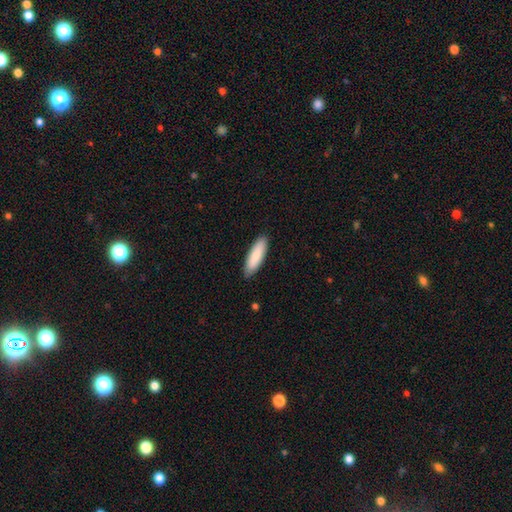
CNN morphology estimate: smooth_or_featured: smooth (p=0.86) [alt: featured or disk p=0.09]
how_rounded: cigar-shaped (p=0.51) [alt: in between p=0.48]
merging: none (p=0.86) [alt: minor disturbance p=0.11]